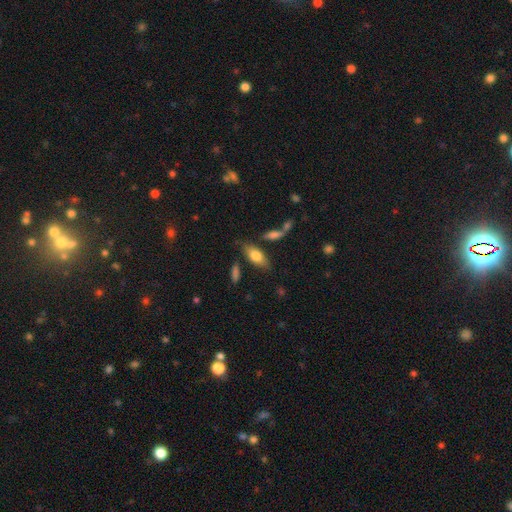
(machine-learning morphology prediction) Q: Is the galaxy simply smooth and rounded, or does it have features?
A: smooth — 75%.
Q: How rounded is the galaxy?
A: in between — 84%.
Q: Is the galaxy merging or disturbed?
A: none — 73%.